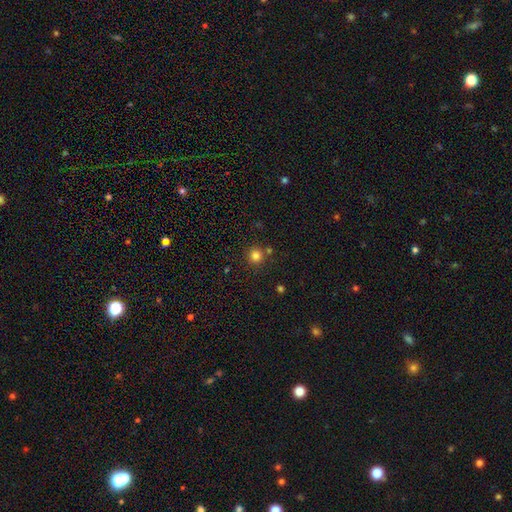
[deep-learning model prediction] Overall: smooth (81%). How rounded: round (95%). Merging: none (82%).